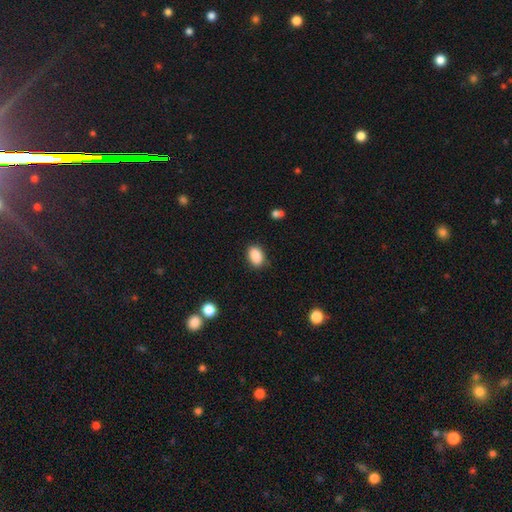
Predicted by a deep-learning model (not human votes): Smooth or featured?
  - smooth: 89% *
  - star or artifact: 8%
  - featured or disk: 3%
How rounded?
  - in between: 84% *
  - round: 14%
  - cigar-shaped: 1%
Merging?
  - none: 84% *
  - minor disturbance: 12%
  - major disturbance: 3%
  - merger: 1%